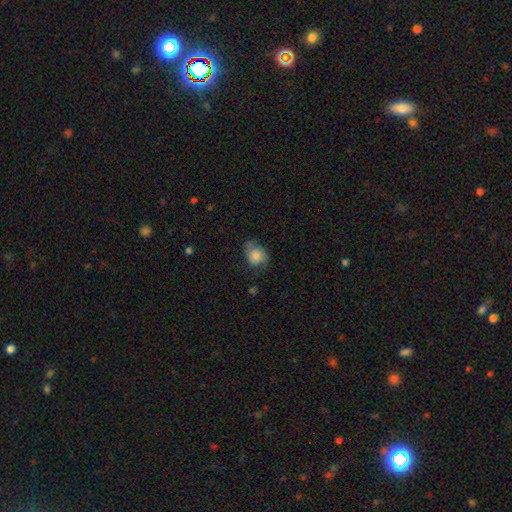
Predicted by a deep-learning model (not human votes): Smooth or featured?
  - smooth: 80% *
  - featured or disk: 12%
  - star or artifact: 8%
How rounded?
  - in between: 53% *
  - round: 46%
  - cigar-shaped: 1%
Merging?
  - none: 52% *
  - minor disturbance: 34%
  - major disturbance: 12%
  - merger: 2%